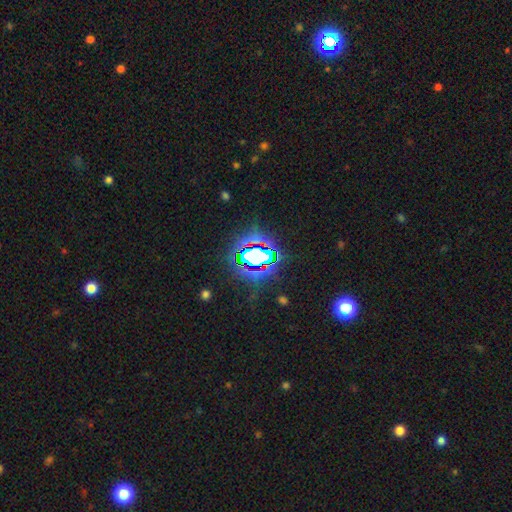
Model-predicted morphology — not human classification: star or artifact 72%, smooth 17%, featured or disk 11%.